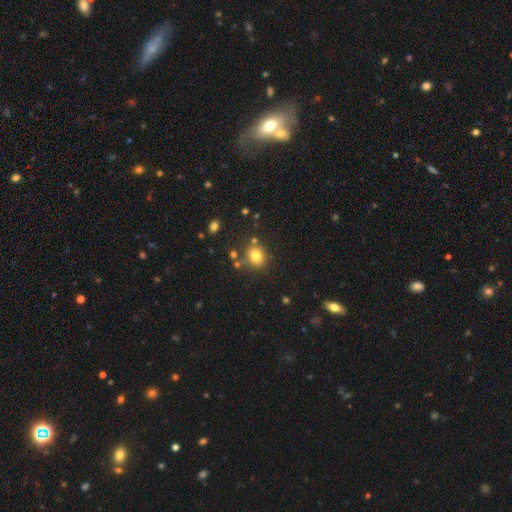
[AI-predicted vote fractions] Smooth or featured: smooth — 77% (star or artifact — 14%)
How rounded: round — 74% (in between — 25%)
Merging: none — 75% (minor disturbance — 12%)